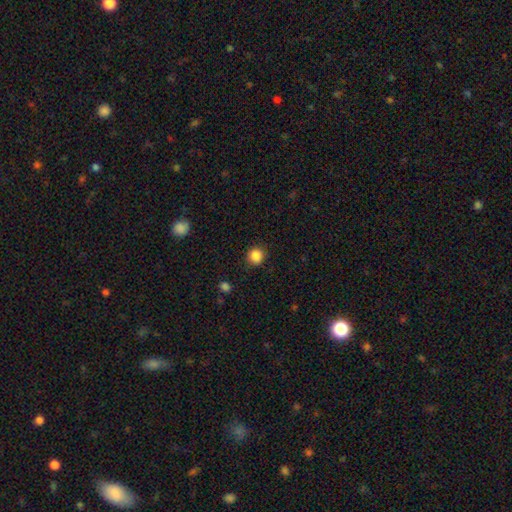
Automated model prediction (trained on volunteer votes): A smooth galaxy with no disk features (86%) that is round (89%).

Vote fractions:
- Smooth or featured? smooth: 86% / star or artifact: 10% / featured or disk: 3%
- How rounded? round: 89% / in between: 10% / cigar-shaped: 1%
- Merging? none: 88% / minor disturbance: 9% / major disturbance: 3% / merger: 1%